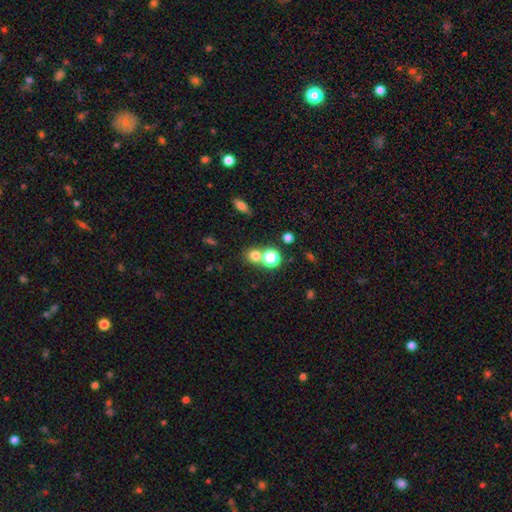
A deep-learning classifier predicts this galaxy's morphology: Overall: smooth (72%). How rounded: round (84%). Merging: none (61%; merger 28%).